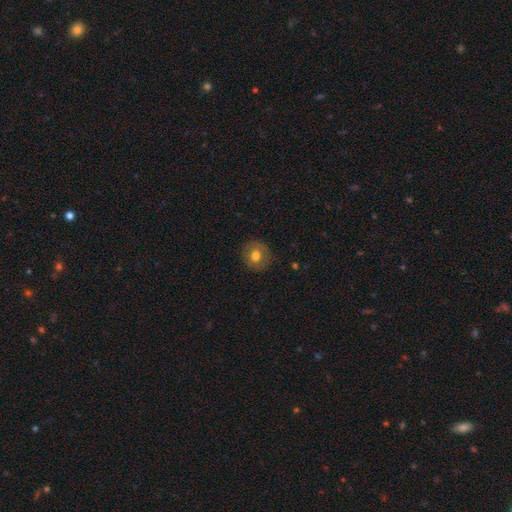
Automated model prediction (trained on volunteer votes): Morphology: type=smooth (67%); roundness=round (86%); merging=none (86%).